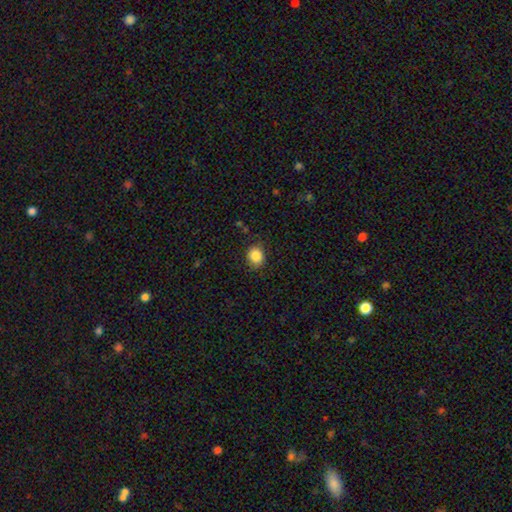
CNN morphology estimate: smooth 86%, star or artifact 10%, featured or disk 4%. Down the decision tree: how rounded — round (69%); merging — none (85%).